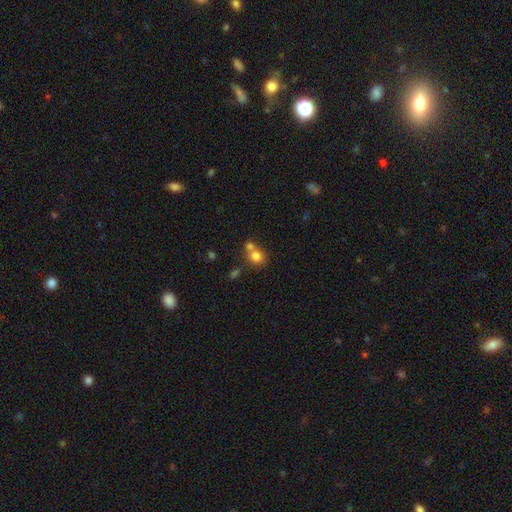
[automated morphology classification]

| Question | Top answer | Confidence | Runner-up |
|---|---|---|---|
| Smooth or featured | smooth | 77% | star or artifact (11%) |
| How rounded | round | 79% | in between (20%) |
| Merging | merger | 47% | none (42%) |